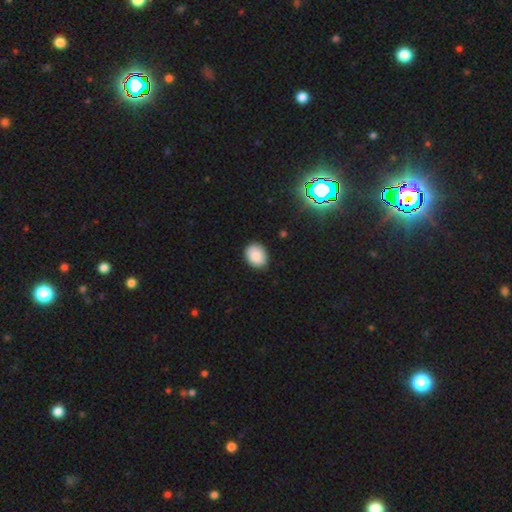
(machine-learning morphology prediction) This appears to be a smooth galaxy with no disk features (87%) that is in between round and cigar-shaped (55%). Merging: none (85%).